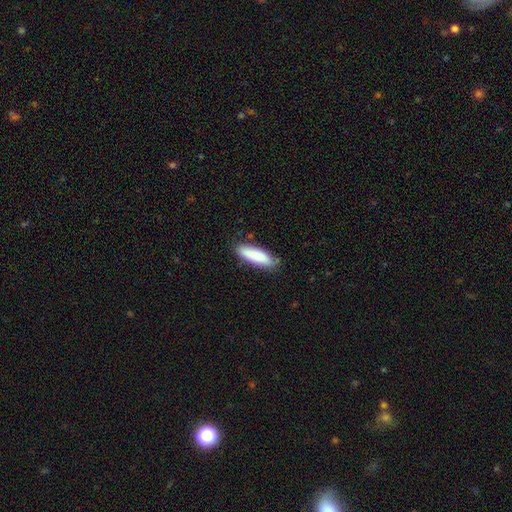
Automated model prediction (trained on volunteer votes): Overall: smooth (86%). How rounded: cigar-shaped (59%; in between 39%). Merging: none (81%).